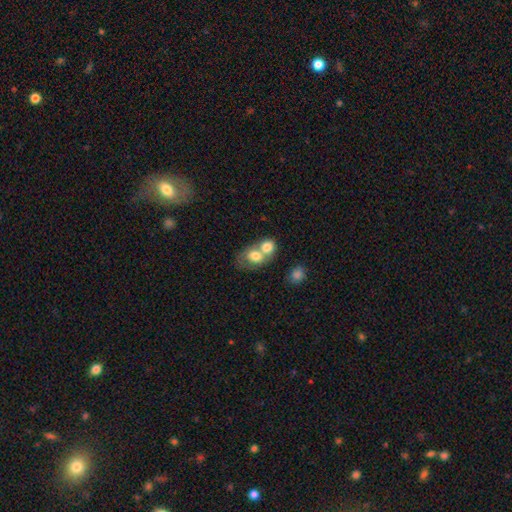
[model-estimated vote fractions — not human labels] smooth 72%, featured or disk 20%, star or artifact 8%. Down the decision tree: how rounded — round (51%); merging — merger (68%).